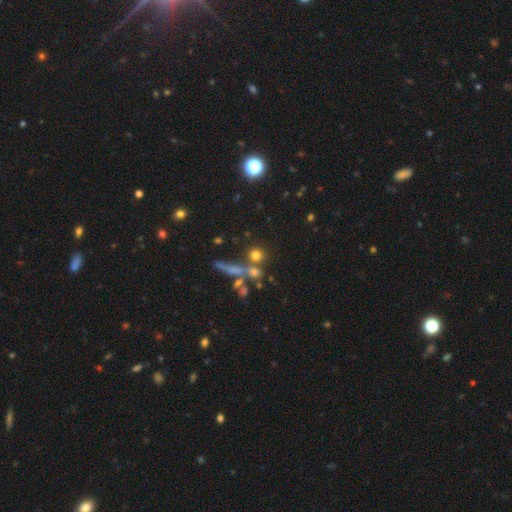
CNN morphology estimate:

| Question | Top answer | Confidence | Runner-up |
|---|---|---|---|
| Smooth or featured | smooth | 69% | star or artifact (16%) |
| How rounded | round | 81% | in between (12%) |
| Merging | none | 60% | merger (25%) |